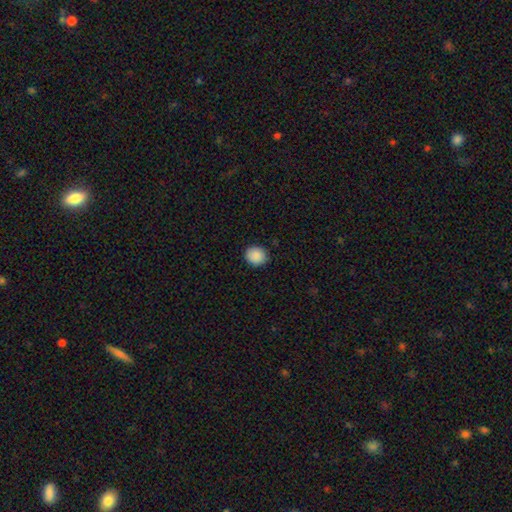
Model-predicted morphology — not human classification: Q: Smooth or featured?
A: smooth (89%); runner-up: star or artifact (8%)
Q: How rounded?
A: round (77%); runner-up: in between (22%)
Q: Merging?
A: none (88%); runner-up: minor disturbance (9%)